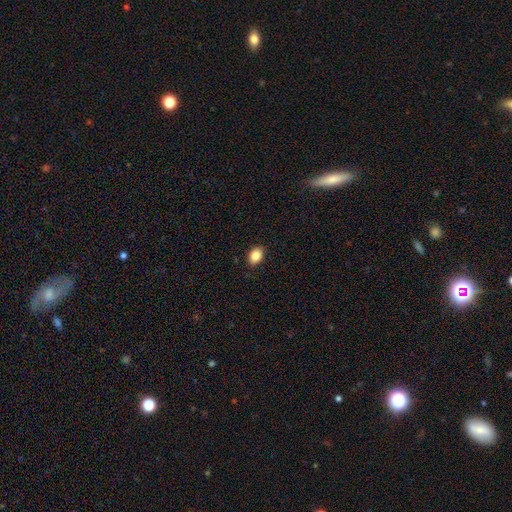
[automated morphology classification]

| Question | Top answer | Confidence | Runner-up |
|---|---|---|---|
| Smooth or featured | smooth | 86% | star or artifact (9%) |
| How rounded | in between | 74% | round (25%) |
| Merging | none | 87% | minor disturbance (10%) |